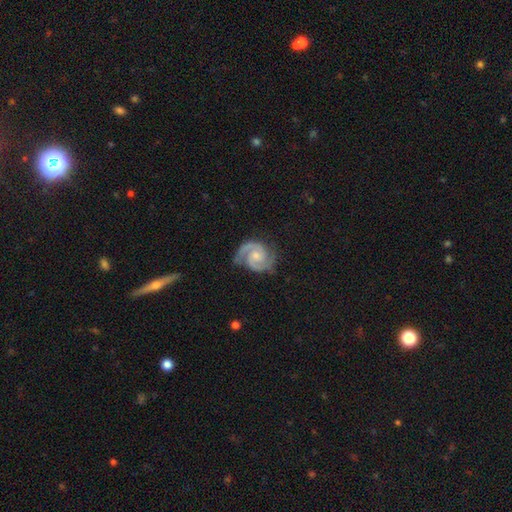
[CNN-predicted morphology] Overall: featured or disk (90%). Edge-on disk: no (98%). Bar: no (62%; weak 32%). Spiral arms: yes (98%). Spiral arm count: 2 (91%). Spiral winding: medium (47%; tight 45%). Bulge size: moderate (44%; small 43%). Merging: none (75%).